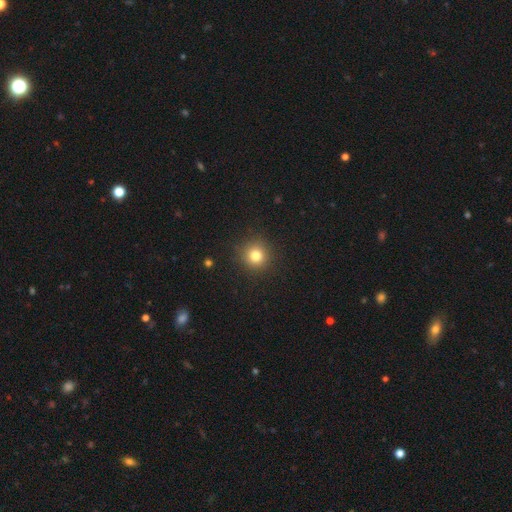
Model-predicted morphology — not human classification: smooth 79%, star or artifact 13%, featured or disk 7%. Down the decision tree: how rounded — round (94%); merging — none (91%).